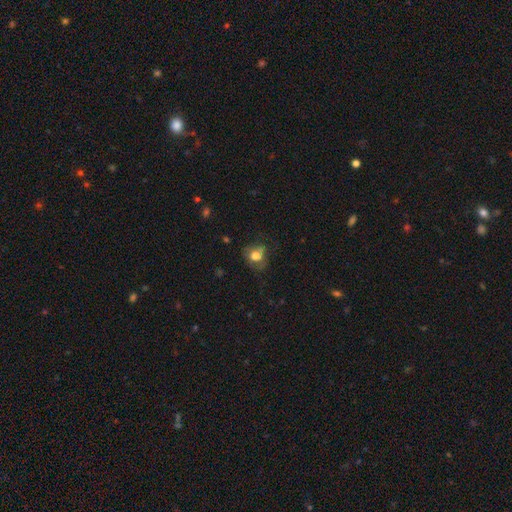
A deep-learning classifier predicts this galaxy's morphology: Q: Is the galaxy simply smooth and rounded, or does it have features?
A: smooth — 69%.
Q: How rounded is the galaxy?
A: round — 64%.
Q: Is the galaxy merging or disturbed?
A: none — 52%.